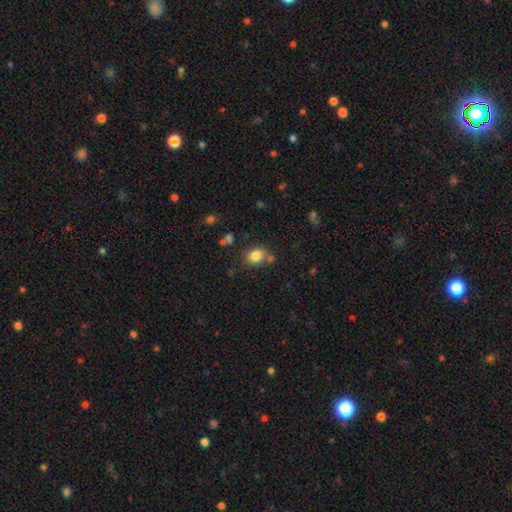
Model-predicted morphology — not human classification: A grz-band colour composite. It shows a smooth galaxy with no disk features (82%) that is round (56%). Merging: none (69%).